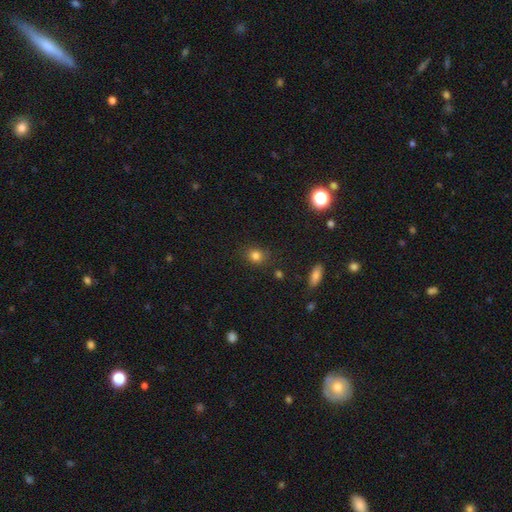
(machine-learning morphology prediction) Overall: smooth (81%). How rounded: round (69%; in between 30%). Merging: none (81%).